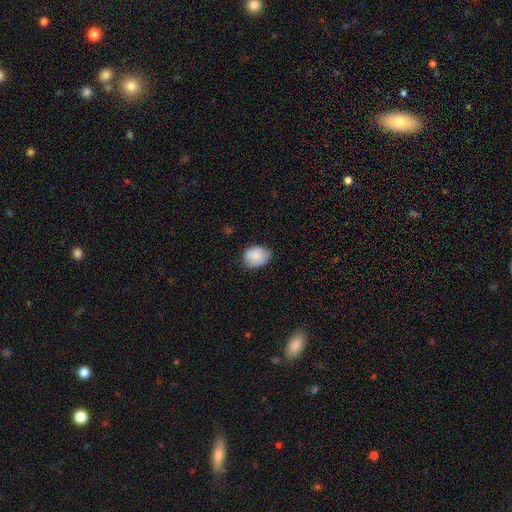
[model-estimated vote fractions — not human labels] The model was most divided on "how rounded": in between: 61%, round: 38%, cigar-shaped: 1%. More confident: smooth or featured — smooth (85%); merging — none (71%).